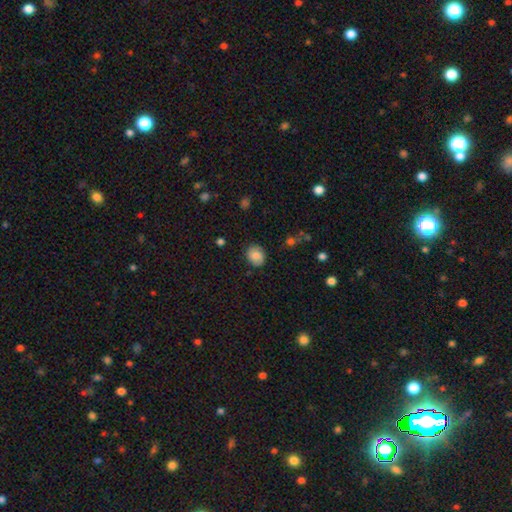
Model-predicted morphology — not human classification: A smooth galaxy with no disk features (81%) that is round (61%).

Vote fractions:
- Smooth or featured? smooth: 81% / featured or disk: 11% / star or artifact: 8%
- How rounded? round: 61% / in between: 38% / cigar-shaped: 1%
- Merging? none: 83% / minor disturbance: 13% / major disturbance: 3% / merger: 1%